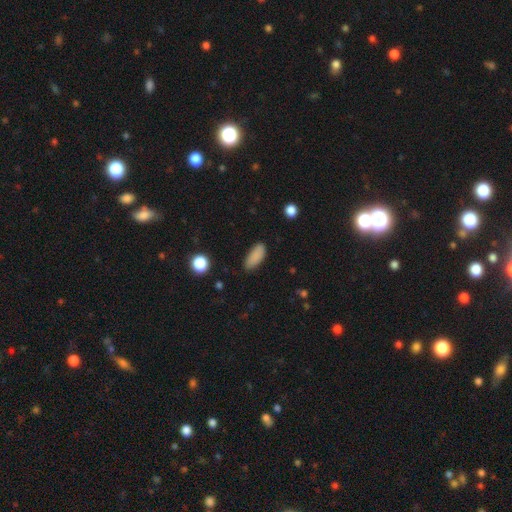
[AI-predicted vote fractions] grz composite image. It shows a smooth galaxy with no disk features (87%) that is in between round and cigar-shaped (81%). Merging: none (76%).